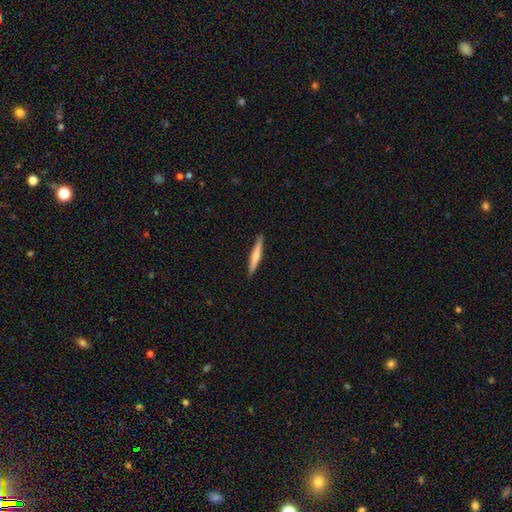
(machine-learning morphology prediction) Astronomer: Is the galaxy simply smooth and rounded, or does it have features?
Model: smooth — 52% (runner-up: featured or disk, 43%).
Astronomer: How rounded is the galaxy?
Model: cigar-shaped — 94%.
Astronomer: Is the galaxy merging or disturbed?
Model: none — 91%.